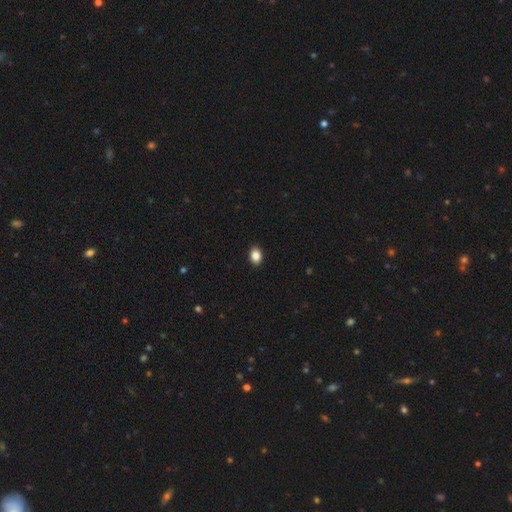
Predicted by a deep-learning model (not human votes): Overall: smooth (87%). How rounded: in between (72%). Merging: none (91%).